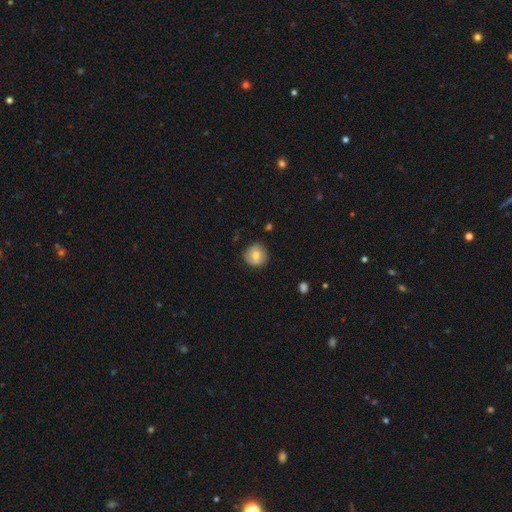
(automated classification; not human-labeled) smooth-or-featured: smooth: 72% | featured or disk: 20% | star or artifact: 8%
  how-rounded: round: 91% | in between: 8% | cigar-shaped: 1%
  merging: none: 82% | minor disturbance: 14% | major disturbance: 3% | merger: 1%